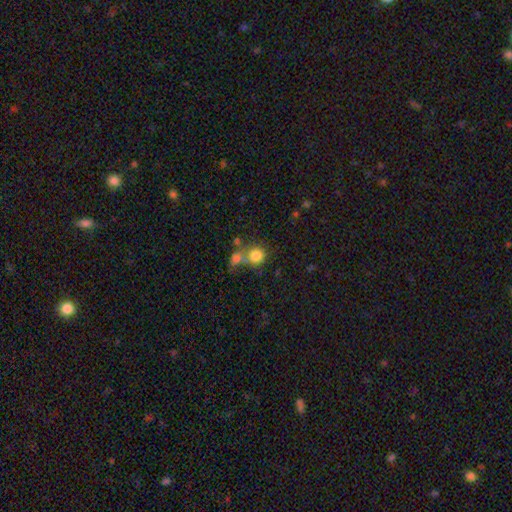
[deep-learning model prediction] Morphology: type=smooth (81%); roundness=round (84%); merging=none (46%).